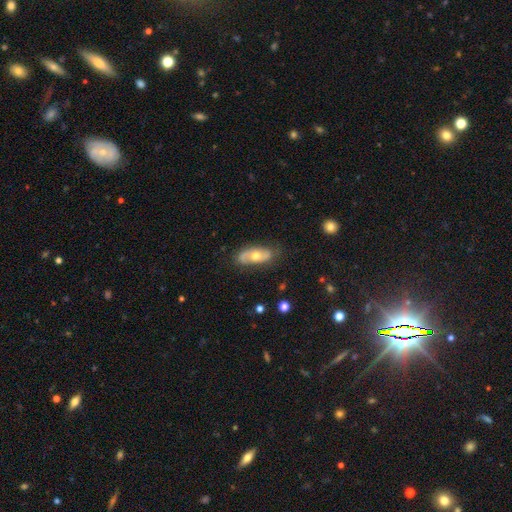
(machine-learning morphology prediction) Q: Smooth or featured?
A: featured or disk (57%); runner-up: smooth (38%)
Q: Edge-on disk?
A: no (85%); runner-up: yes (15%)
Q: Merging?
A: none (75%); runner-up: minor disturbance (19%)